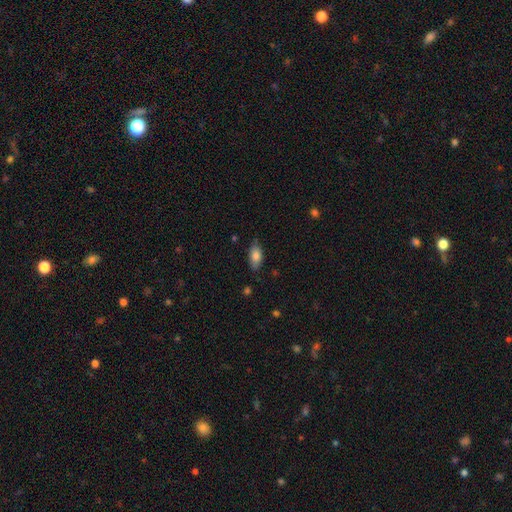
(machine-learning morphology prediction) smooth-or-featured: smooth: 81% | featured or disk: 12% | star or artifact: 7%
  how-rounded: in between: 89% | cigar-shaped: 8% | round: 3%
  merging: none: 80% | minor disturbance: 16% | major disturbance: 3% | merger: 1%